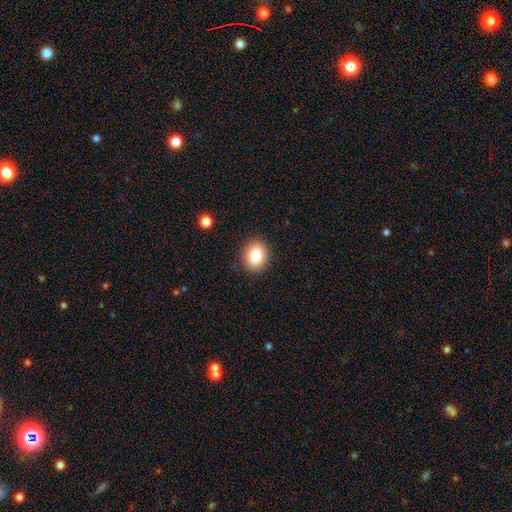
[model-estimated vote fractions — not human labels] Smooth or featured?
  - smooth: 83% *
  - star or artifact: 9%
  - featured or disk: 8%
How rounded?
  - round: 52% *
  - in between: 47%
  - cigar-shaped: 1%
Merging?
  - none: 89% *
  - minor disturbance: 8%
  - major disturbance: 2%
  - merger: 1%